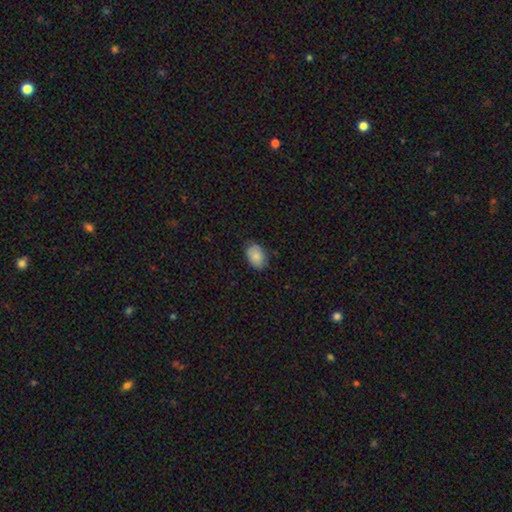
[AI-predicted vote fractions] Q: Smooth or featured?
A: smooth (85%); runner-up: featured or disk (8%)
Q: How rounded?
A: in between (85%); runner-up: round (14%)
Q: Merging?
A: none (79%); runner-up: minor disturbance (17%)